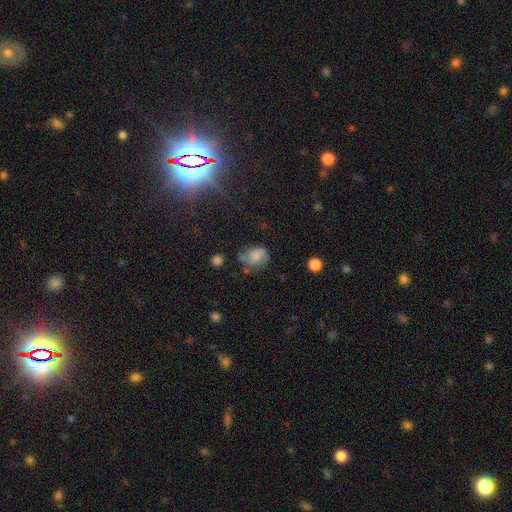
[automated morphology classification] smooth-or-featured: smooth: 53% | featured or disk: 35% | star or artifact: 12%
  how-rounded: in between: 55% | round: 44% | cigar-shaped: 1%
  merging: none: 45% | minor disturbance: 29% | major disturbance: 20% | merger: 6%